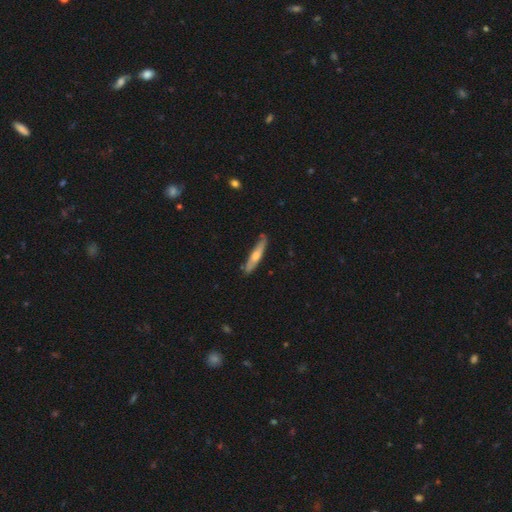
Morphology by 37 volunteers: Overall: smooth (59%; featured or disk 38%). How rounded: cigar-shaped (77%). Merging: none (97%).